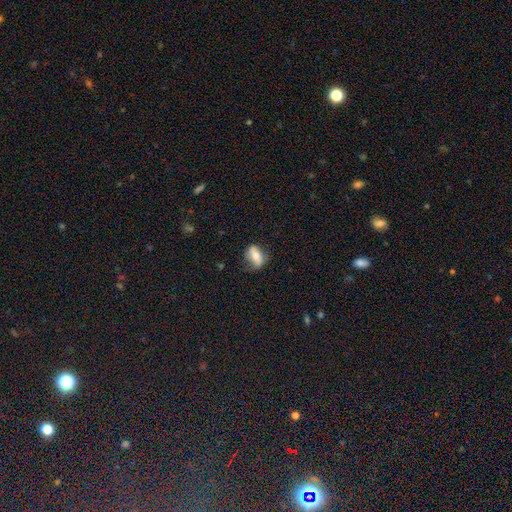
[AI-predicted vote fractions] This appears to be a smooth galaxy with no disk features (57%) that is in between round and cigar-shaped (76%). Merging: none (65%).